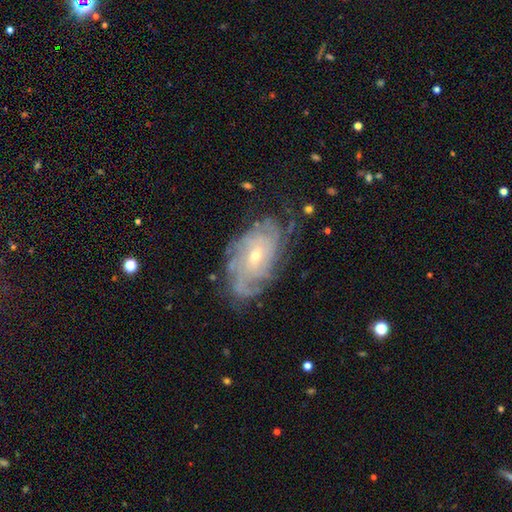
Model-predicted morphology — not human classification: smooth_or_featured: featured or disk (p=0.83) [alt: smooth p=0.11]
disk_edge_on: no (p=0.95) [alt: yes p=0.05]
bar: no (p=0.63) [alt: weak p=0.31]
has_spiral_arms: yes (p=0.93) [alt: no p=0.07]
spiral_winding: tight (p=0.68) [alt: medium p=0.24]
spiral_arm_count: can't tell (p=0.47) [alt: 4 p=0.16]
bulge_size: small (p=0.61) [alt: moderate p=0.36]
merging: none (p=0.68) [alt: minor disturbance p=0.21]